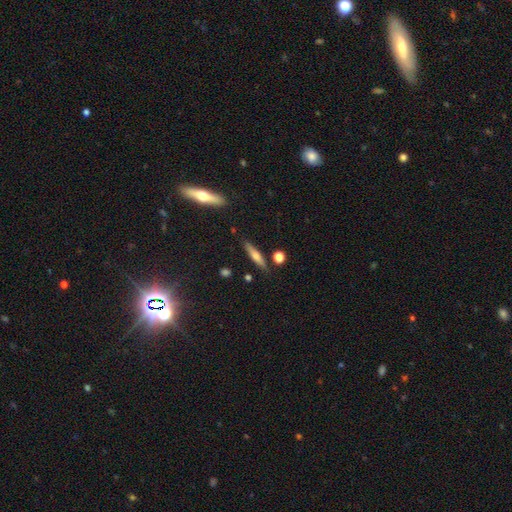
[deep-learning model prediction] Smooth or featured: smooth — 48% (featured or disk — 44%)
Merging: none — 84% (minor disturbance — 10%)